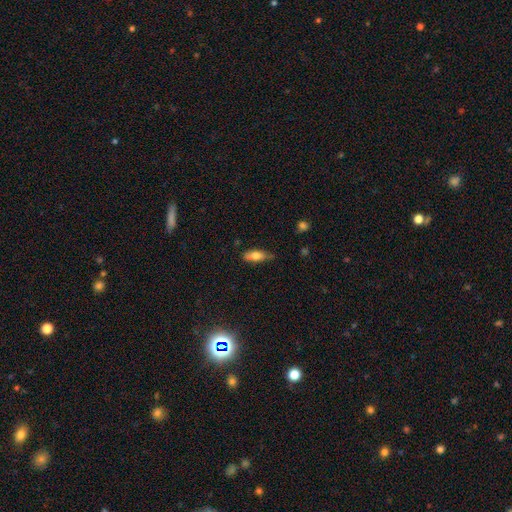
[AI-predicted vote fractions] This appears to be a smooth galaxy with no disk features (71%) that is in between round and cigar-shaped (72%). Merging: none (62%).